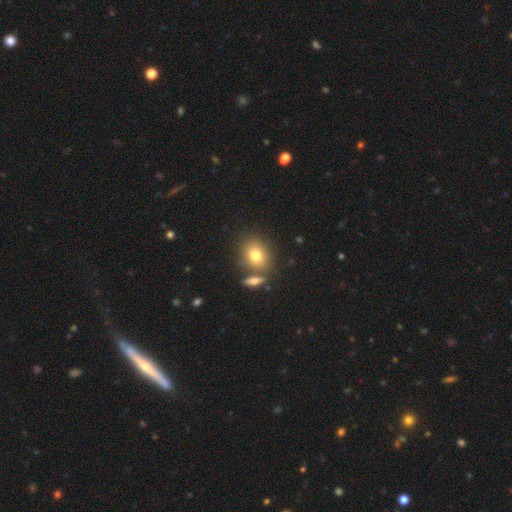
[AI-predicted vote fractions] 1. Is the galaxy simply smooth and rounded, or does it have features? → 78% smooth, 12% featured or disk, 10% star or artifact.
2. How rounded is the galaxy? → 53% round, 45% in between, 2% cigar-shaped.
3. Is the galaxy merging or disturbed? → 67% none, 19% merger, 10% minor disturbance, 3% major disturbance.